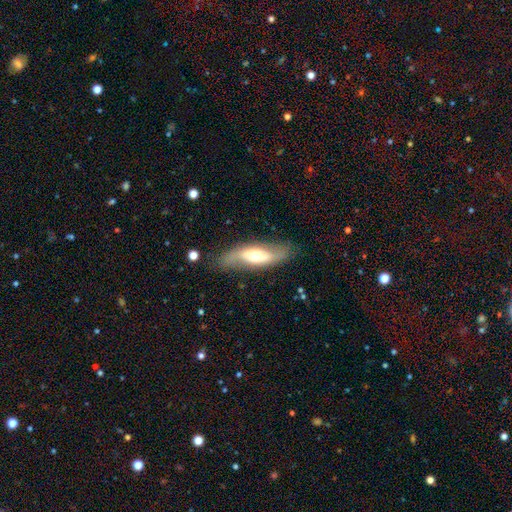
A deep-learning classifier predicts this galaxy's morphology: smooth_or_featured: featured or disk (p=0.54) [alt: smooth p=0.40]
disk_edge_on: no (p=0.70) [alt: yes p=0.30]
merging: none (p=0.76) [alt: minor disturbance p=0.17]